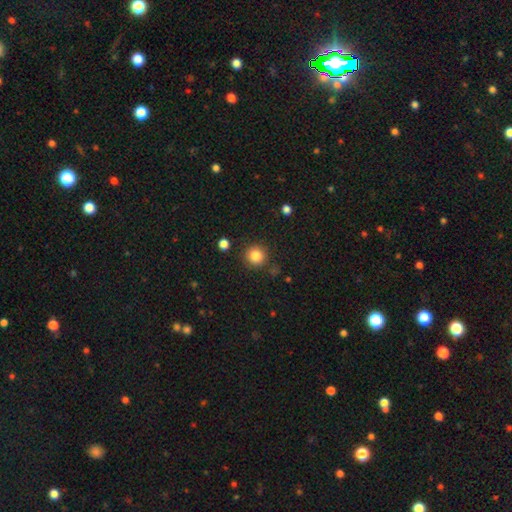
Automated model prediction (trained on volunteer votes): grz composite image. It shows a smooth galaxy with no disk features (85%) that is round (93%). Merging: none (87%).